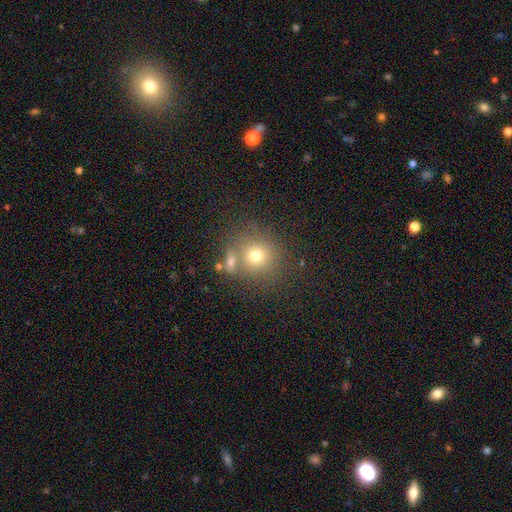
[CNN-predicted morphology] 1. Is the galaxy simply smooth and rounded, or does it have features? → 71% smooth, 15% star or artifact, 14% featured or disk.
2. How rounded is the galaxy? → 87% round, 12% in between, 1% cigar-shaped.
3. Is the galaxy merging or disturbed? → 64% none, 20% merger, 11% minor disturbance, 5% major disturbance.